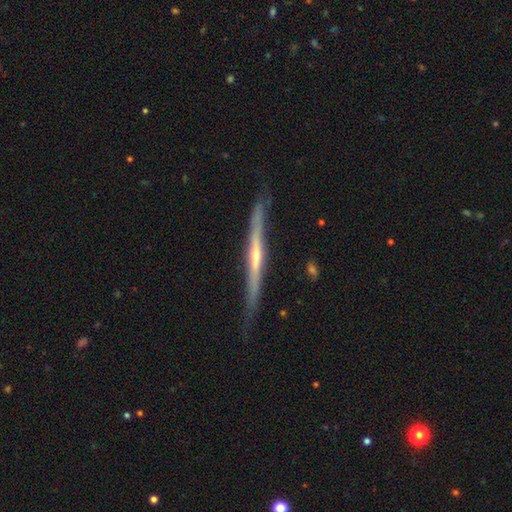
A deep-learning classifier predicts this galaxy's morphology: smooth-or-featured: featured or disk: 75% | smooth: 20% | star or artifact: 5%
  disk-edge-on: yes: 97% | no: 3%
    edge-on-bulge: none: 47% | rounded: 46% | boxy: 7%
  merging: none: 79% | minor disturbance: 17% | major disturbance: 3% | merger: 2%